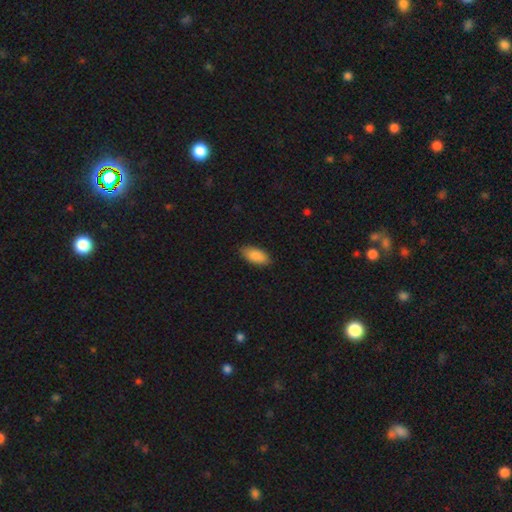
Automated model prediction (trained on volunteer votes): Smooth or featured? Predicted: smooth (p=0.88). How rounded? Predicted: in between (p=0.92). Merging? Predicted: none (p=0.86).